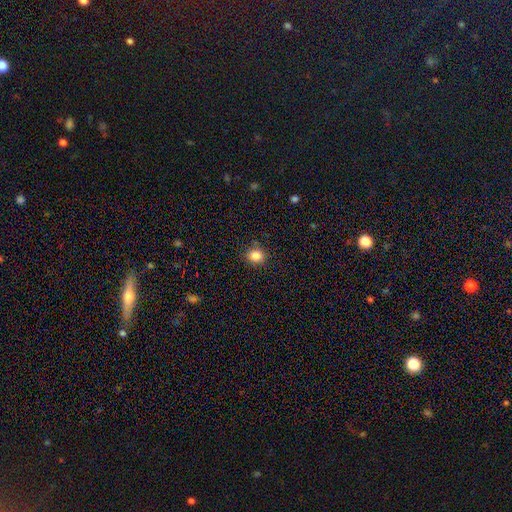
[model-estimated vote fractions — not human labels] smooth 84%, star or artifact 11%, featured or disk 5%. Down the decision tree: how rounded — round (81%); merging — none (88%).